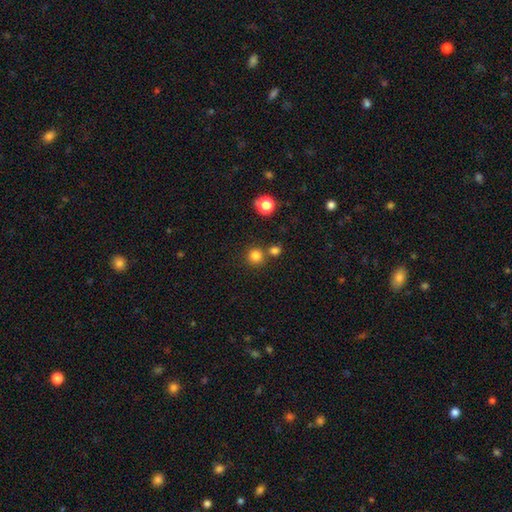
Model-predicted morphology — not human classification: smooth-or-featured: smooth: 80% | star or artifact: 15% | featured or disk: 5%
  how-rounded: round: 93% | in between: 6% | cigar-shaped: 1%
  merging: none: 73% | merger: 17% | minor disturbance: 7% | major disturbance: 3%